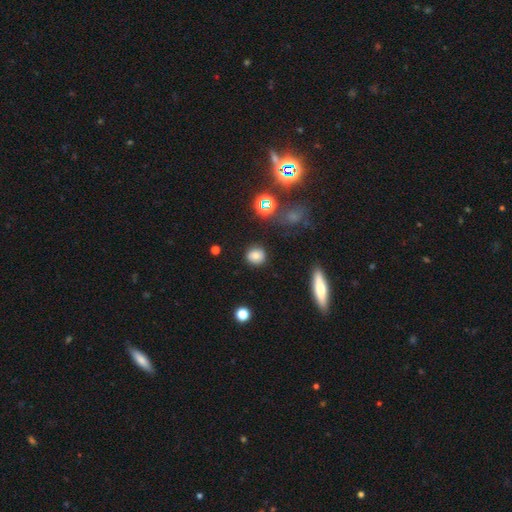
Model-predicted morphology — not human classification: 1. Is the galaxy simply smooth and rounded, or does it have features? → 75% smooth, 14% star or artifact, 11% featured or disk.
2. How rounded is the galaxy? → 88% round, 11% in between, 1% cigar-shaped.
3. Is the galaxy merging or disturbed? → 87% none, 9% minor disturbance, 3% major disturbance, 2% merger.